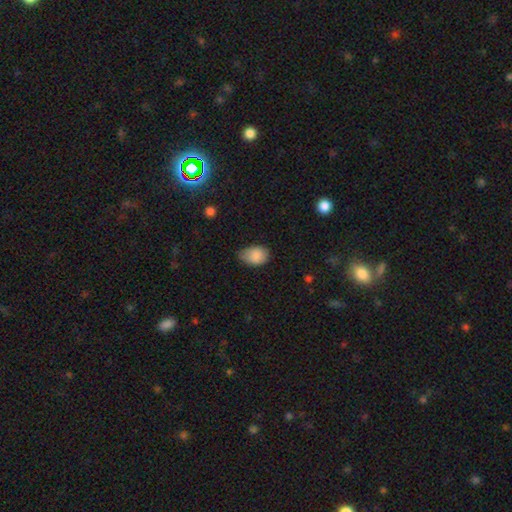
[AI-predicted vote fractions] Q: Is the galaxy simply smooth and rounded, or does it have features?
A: smooth — 87%.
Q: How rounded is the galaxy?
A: in between — 79%.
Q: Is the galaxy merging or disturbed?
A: none — 51%.